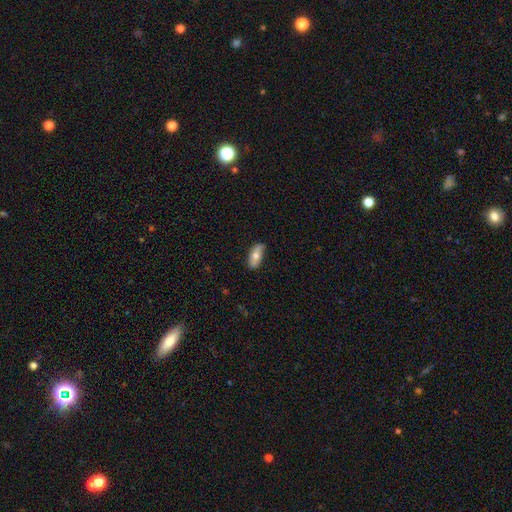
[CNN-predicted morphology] smooth-or-featured: smooth: 66% | featured or disk: 27% | star or artifact: 6%
  how-rounded: in between: 81% | cigar-shaped: 16% | round: 3%
  merging: none: 77% | minor disturbance: 19% | major disturbance: 3% | merger: 1%